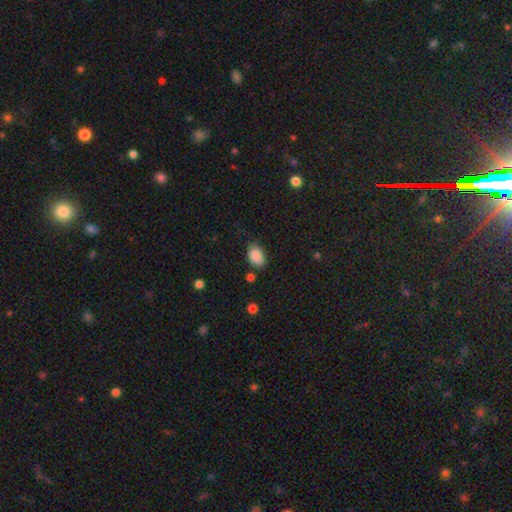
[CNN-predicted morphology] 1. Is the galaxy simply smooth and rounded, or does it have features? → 88% smooth, 8% star or artifact, 4% featured or disk.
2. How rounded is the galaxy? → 87% in between, 12% round, 1% cigar-shaped.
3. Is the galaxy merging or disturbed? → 73% none, 20% minor disturbance, 4% major disturbance, 3% merger.